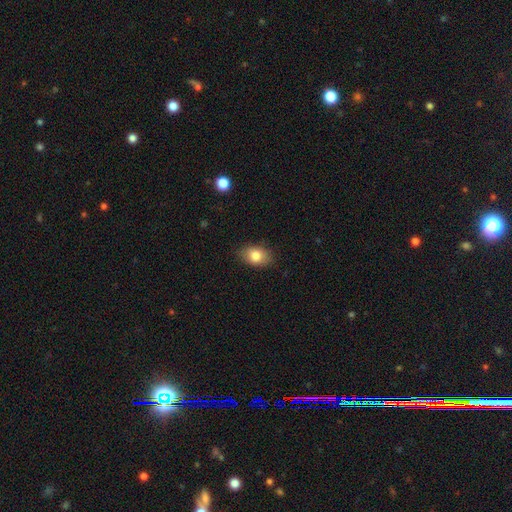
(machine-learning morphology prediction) smooth 83%, featured or disk 9%, star or artifact 8%. Down the decision tree: how rounded — in between (81%); merging — none (83%).